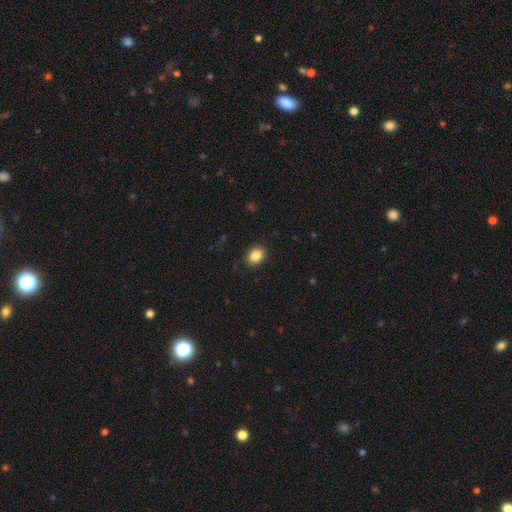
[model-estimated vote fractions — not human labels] A smooth galaxy with no disk features (86%) that is in between round and cigar-shaped (50%).

Vote fractions:
- Smooth or featured? smooth: 86% / star or artifact: 9% / featured or disk: 4%
- How rounded? in between: 50% / round: 49% / cigar-shaped: 1%
- Merging? none: 89% / minor disturbance: 8% / major disturbance: 2% / merger: 1%